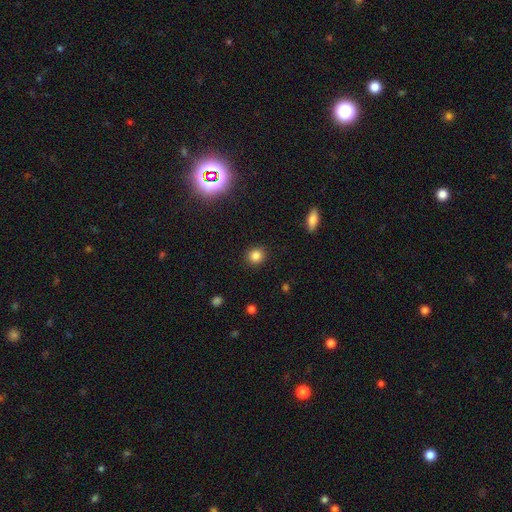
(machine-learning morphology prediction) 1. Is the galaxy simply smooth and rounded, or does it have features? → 84% smooth, 11% star or artifact, 5% featured or disk.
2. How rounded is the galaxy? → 85% round, 14% in between, 1% cigar-shaped.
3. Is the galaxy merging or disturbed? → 91% none, 6% minor disturbance, 2% major disturbance, 1% merger.